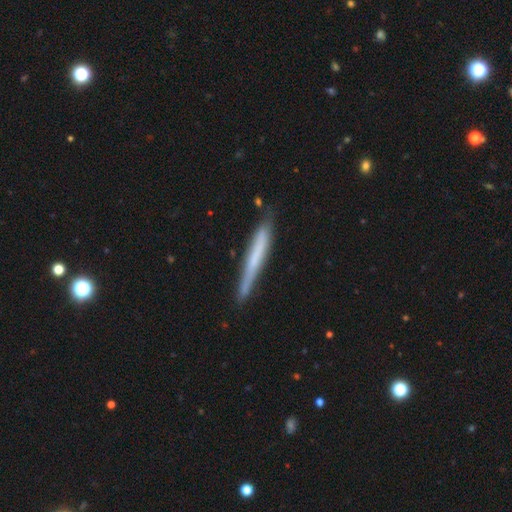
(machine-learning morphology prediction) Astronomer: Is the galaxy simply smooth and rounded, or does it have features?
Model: smooth — 52% (runner-up: featured or disk, 42%).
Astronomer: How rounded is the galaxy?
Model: cigar-shaped — 96%.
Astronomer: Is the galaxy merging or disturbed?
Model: none — 79%.